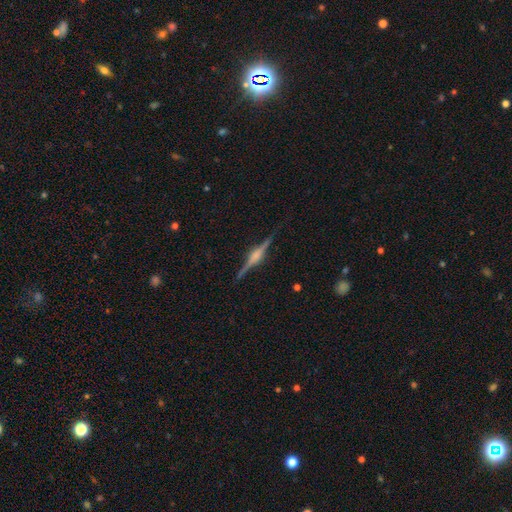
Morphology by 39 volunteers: type=featured or disk (95%); edge-on=yes (100%); edge-on bulge=rounded (76%); merging=none (79%).